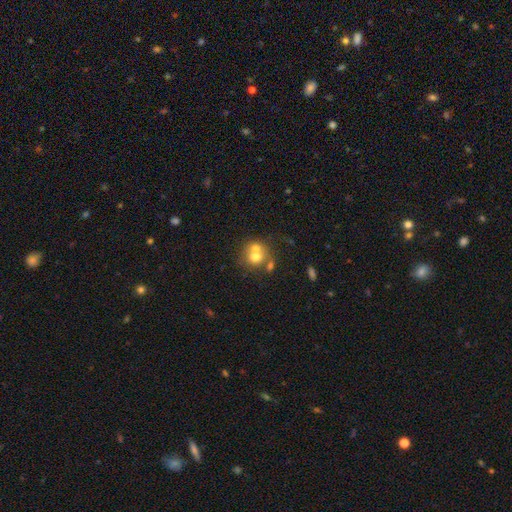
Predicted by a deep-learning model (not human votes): Q: Smooth or featured?
A: smooth (65%); runner-up: featured or disk (24%)
Q: How rounded?
A: round (78%); runner-up: in between (21%)
Q: Merging?
A: merger (55%); runner-up: none (34%)